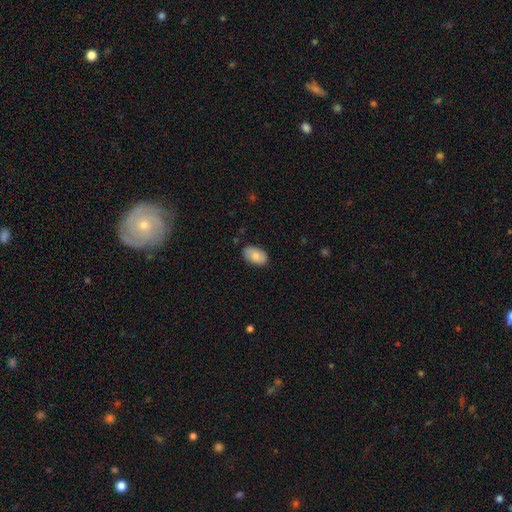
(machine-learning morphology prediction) type=smooth (79%); roundness=in between (92%); merging=none (83%).